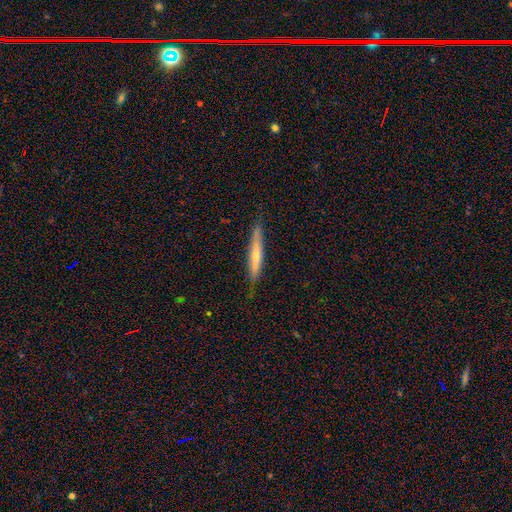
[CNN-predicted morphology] Smooth or featured?
  - featured or disk: 56% *
  - smooth: 36%
  - star or artifact: 8%
Edge-on disk?
  - yes: 94% *
  - no: 6%
Edge-on bulge?
  - rounded: 69% *
  - none: 27%
  - boxy: 5%
Merging?
  - none: 87% *
  - minor disturbance: 10%
  - major disturbance: 2%
  - merger: 1%